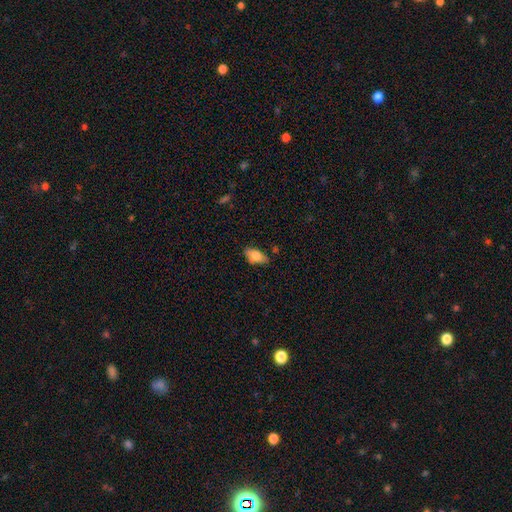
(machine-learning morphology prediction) Smooth or featured? Predicted: smooth (p=0.77). How rounded? Predicted: in between (p=0.89). Merging? Predicted: none (p=0.70).